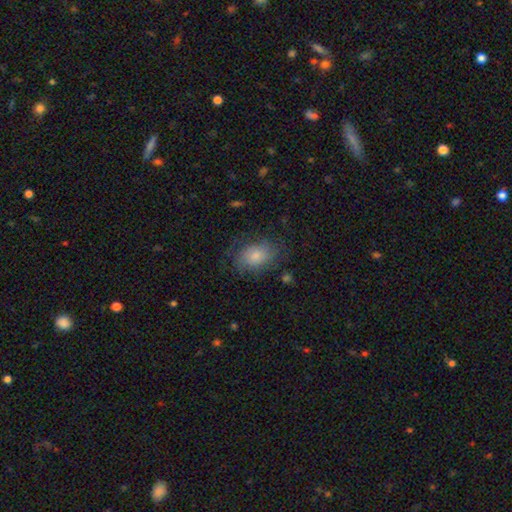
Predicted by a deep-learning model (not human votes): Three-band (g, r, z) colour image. It shows a smooth galaxy with no disk features (75%) that is in between round and cigar-shaped (74%). Merging: none (67%).